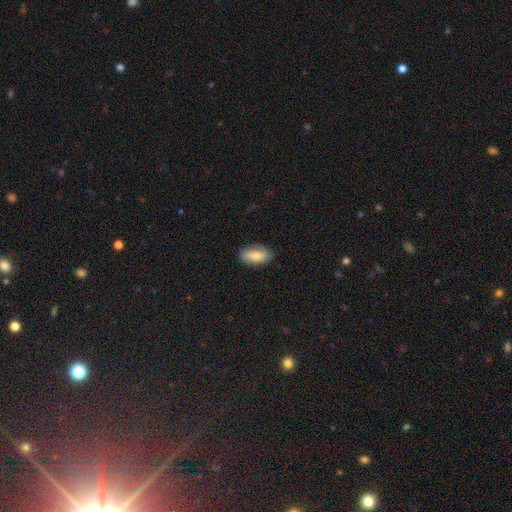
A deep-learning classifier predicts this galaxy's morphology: Smooth or featured: smooth — 72% (featured or disk — 21%)
How rounded: in between — 90% (cigar-shaped — 6%)
Merging: none — 84% (minor disturbance — 13%)